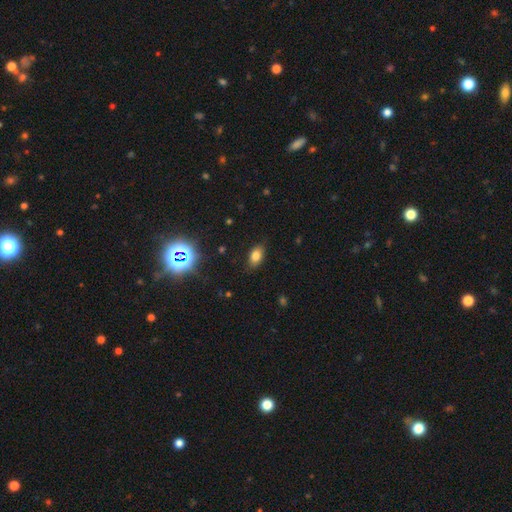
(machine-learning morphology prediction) Q: Smooth or featured?
A: smooth (76%); runner-up: star or artifact (15%)
Q: How rounded?
A: in between (88%); runner-up: round (10%)
Q: Merging?
A: none (84%); runner-up: minor disturbance (12%)